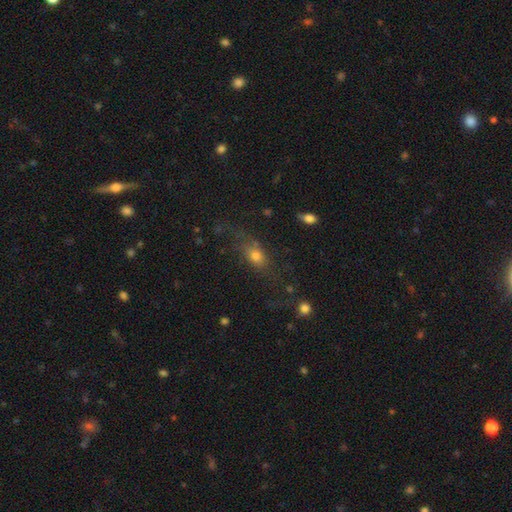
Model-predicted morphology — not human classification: A smooth galaxy with no disk features (61%) that is in between round and cigar-shaped (64%). Merging: none (55%).